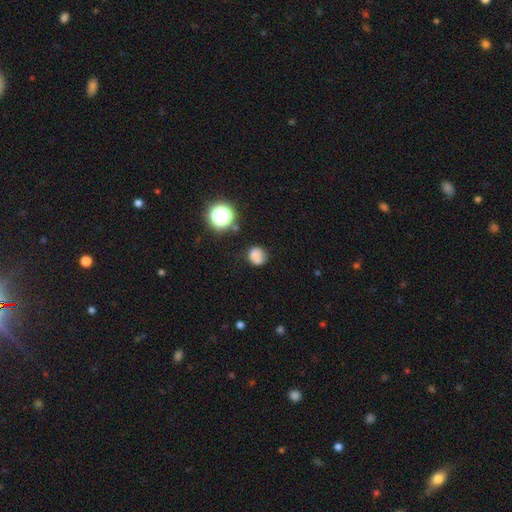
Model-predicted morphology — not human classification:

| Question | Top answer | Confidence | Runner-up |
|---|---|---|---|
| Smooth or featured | smooth | 75% | star or artifact (15%) |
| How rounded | round | 80% | in between (19%) |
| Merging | none | 63% | minor disturbance (21%) |